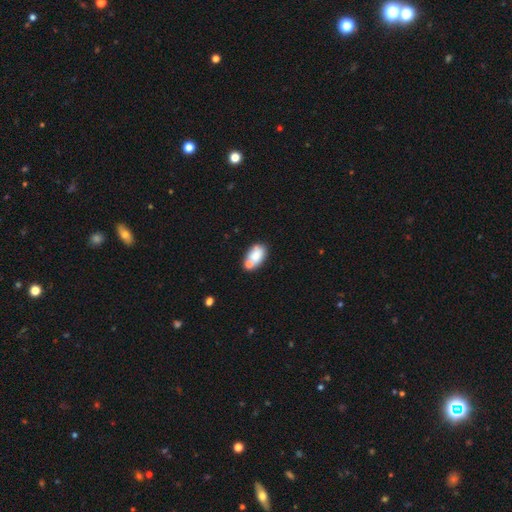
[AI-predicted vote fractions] Smooth or featured: smooth — 77% (featured or disk — 15%)
How rounded: in between — 88% (round — 10%)
Merging: none — 48% (merger — 30%)